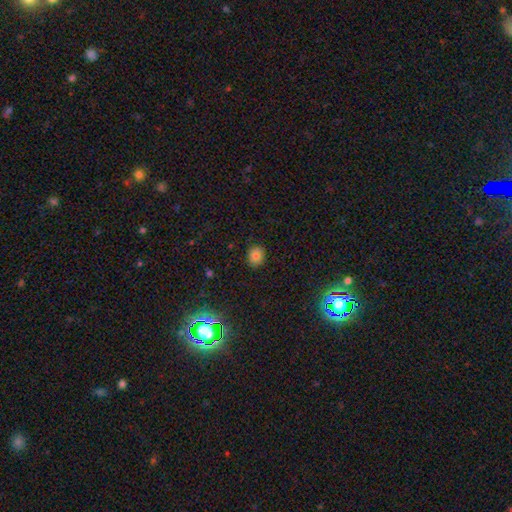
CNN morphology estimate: Overall: smooth (77%). How rounded: round (73%). Merging: none (88%).